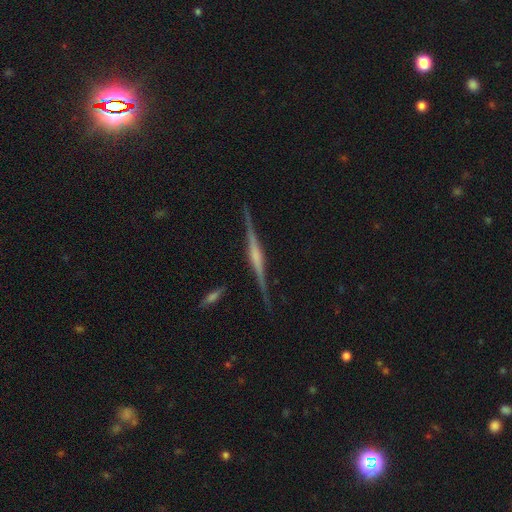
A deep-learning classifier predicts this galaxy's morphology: type=featured or disk (85%); edge-on=yes (98%); edge-on bulge=rounded (53%); merging=none (88%).